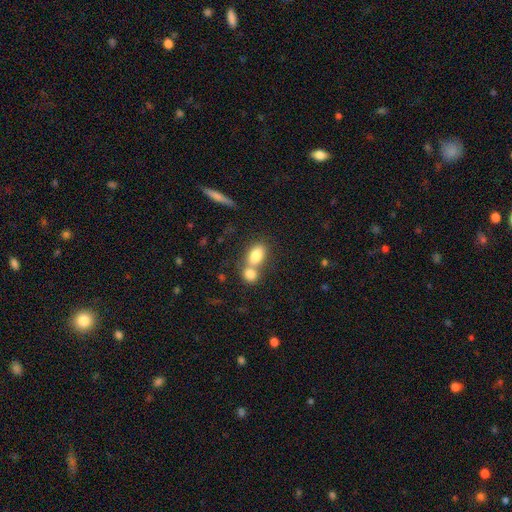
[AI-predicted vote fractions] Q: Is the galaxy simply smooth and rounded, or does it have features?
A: smooth — 81%.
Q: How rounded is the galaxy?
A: in between — 80%.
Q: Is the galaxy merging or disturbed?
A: merger — 54%.